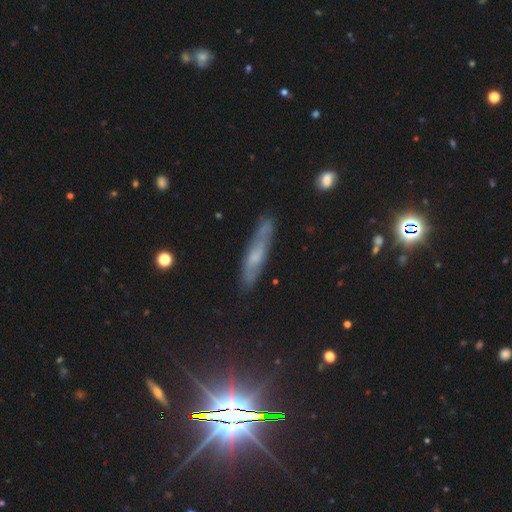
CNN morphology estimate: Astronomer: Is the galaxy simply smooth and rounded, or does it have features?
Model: featured or disk — 51% (runner-up: smooth, 35%).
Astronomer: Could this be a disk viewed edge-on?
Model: yes — 65%.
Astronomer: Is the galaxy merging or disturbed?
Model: none — 78%.